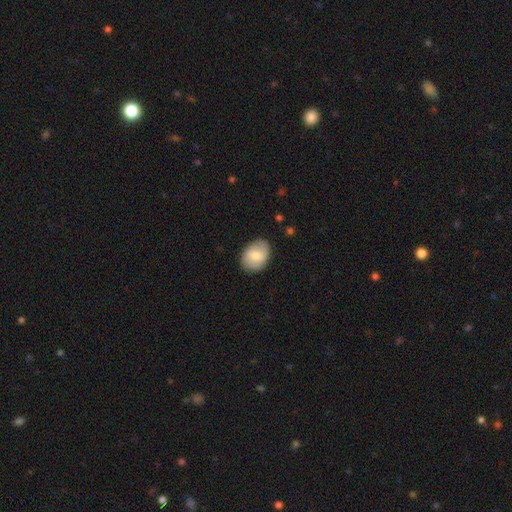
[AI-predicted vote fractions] Smooth or featured?
  - smooth: 71% *
  - featured or disk: 23%
  - star or artifact: 6%
How rounded?
  - in between: 74% *
  - round: 25%
  - cigar-shaped: 1%
Merging?
  - none: 82% *
  - minor disturbance: 14%
  - major disturbance: 3%
  - merger: 1%